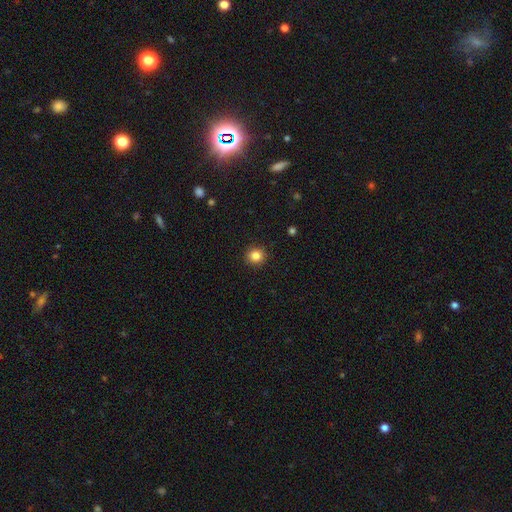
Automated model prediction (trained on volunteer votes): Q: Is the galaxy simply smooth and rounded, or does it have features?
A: smooth — 85%.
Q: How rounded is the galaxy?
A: round — 90%.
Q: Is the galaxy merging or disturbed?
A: none — 91%.